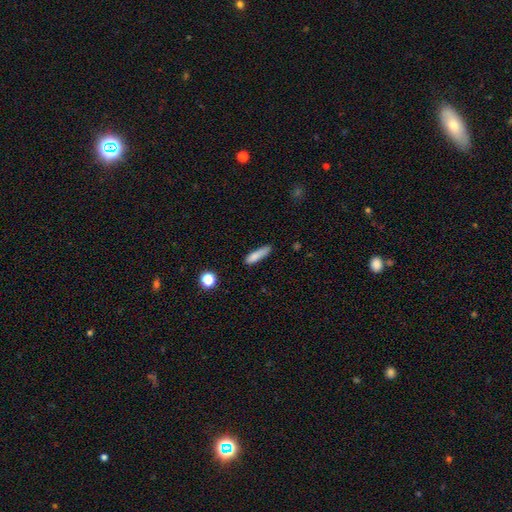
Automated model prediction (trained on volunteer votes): A smooth galaxy with no disk features (81%) that is cigar-shaped (72%).

Vote fractions:
- Smooth or featured? smooth: 81% / featured or disk: 10% / star or artifact: 9%
- How rounded? cigar-shaped: 72% / in between: 26% / round: 2%
- Merging? none: 63% / minor disturbance: 27% / major disturbance: 7% / merger: 3%